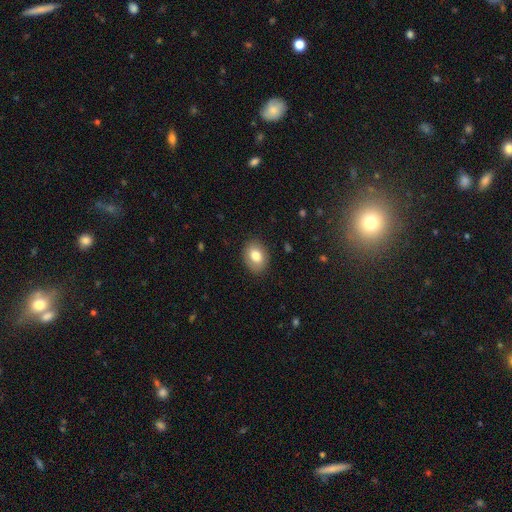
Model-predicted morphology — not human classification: Smooth or featured? Predicted: smooth (p=0.80). How rounded? Predicted: in between (p=0.64). Merging? Predicted: none (p=0.87).